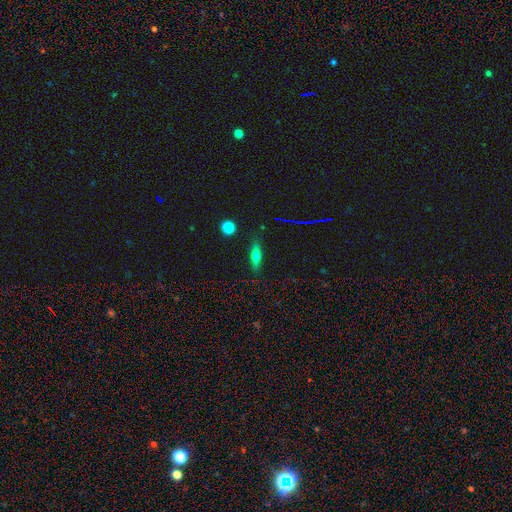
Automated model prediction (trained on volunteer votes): Q: Smooth or featured?
A: smooth (57%); runner-up: featured or disk (31%)
Q: How rounded?
A: cigar-shaped (58%); runner-up: in between (38%)
Q: Merging?
A: none (83%); runner-up: minor disturbance (12%)